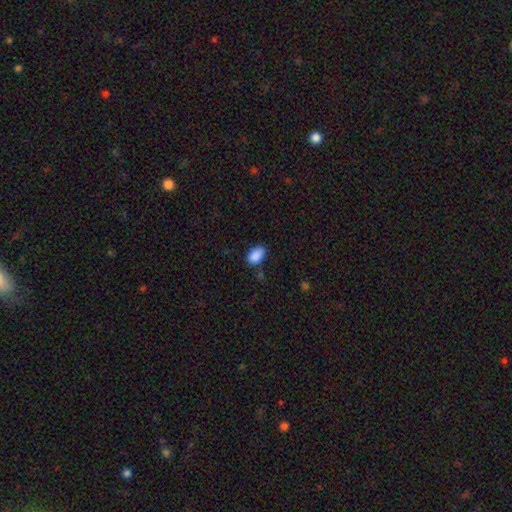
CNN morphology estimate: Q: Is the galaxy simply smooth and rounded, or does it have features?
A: smooth — 89%.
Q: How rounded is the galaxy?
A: in between — 90%.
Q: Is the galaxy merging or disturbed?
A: none — 74%.